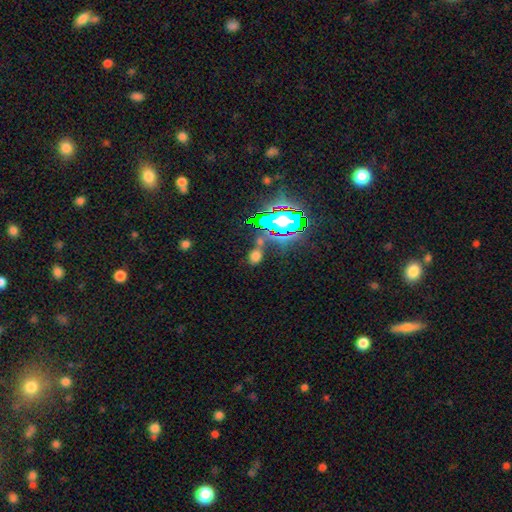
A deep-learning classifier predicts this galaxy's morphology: Smooth or featured? Predicted: smooth (p=0.57). How rounded? Predicted: in between (p=0.56). Merging? Predicted: none (p=0.63).